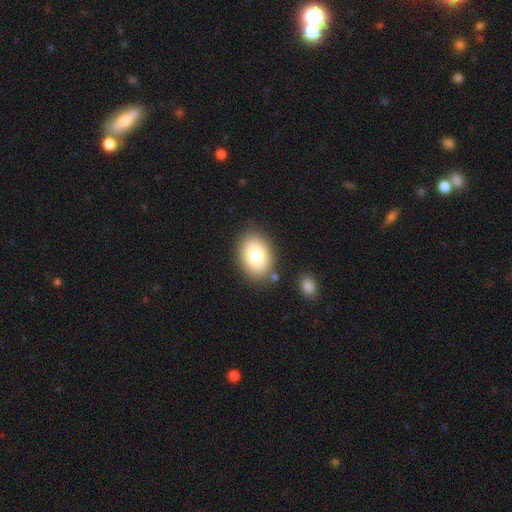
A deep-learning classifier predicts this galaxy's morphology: smooth_or_featured: smooth (p=0.80) [alt: featured or disk p=0.11]
how_rounded: in between (p=0.75) [alt: round p=0.24]
merging: none (p=0.82) [alt: minor disturbance p=0.10]